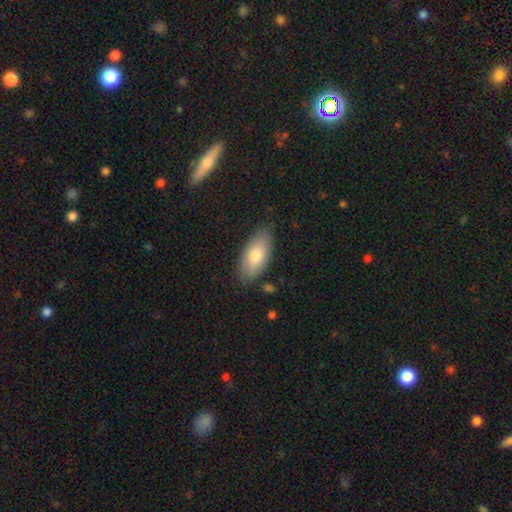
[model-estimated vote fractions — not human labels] A smooth galaxy with no disk features (77%) that is in between round and cigar-shaped (91%). Merging: none (82%).